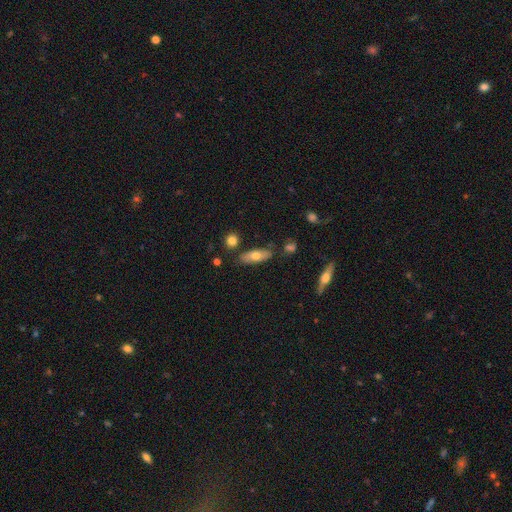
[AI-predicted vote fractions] The model was most divided on "smooth or featured": smooth: 67%, featured or disk: 27%, star or artifact: 7%. More confident: merging — none (79%); how rounded — in between (70%).